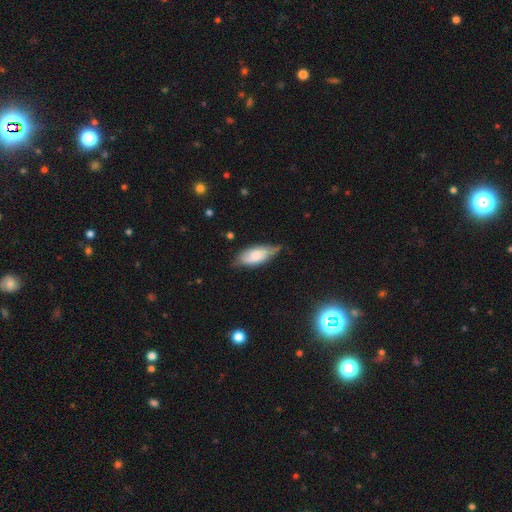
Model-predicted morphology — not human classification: A smooth galaxy with no disk features (66%) that is in between round and cigar-shaped (83%).

Vote fractions:
- Smooth or featured? smooth: 66% / featured or disk: 27% / star or artifact: 7%
- How rounded? in between: 83% / cigar-shaped: 15% / round: 2%
- Merging? none: 52% / minor disturbance: 38% / major disturbance: 7% / merger: 2%